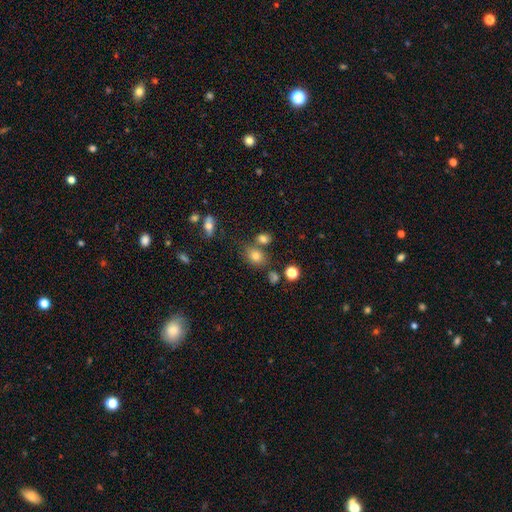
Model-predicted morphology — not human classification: This is likely a smooth galaxy (77%). How rounded: possibly in between (55%). Merging: likely none (63%).